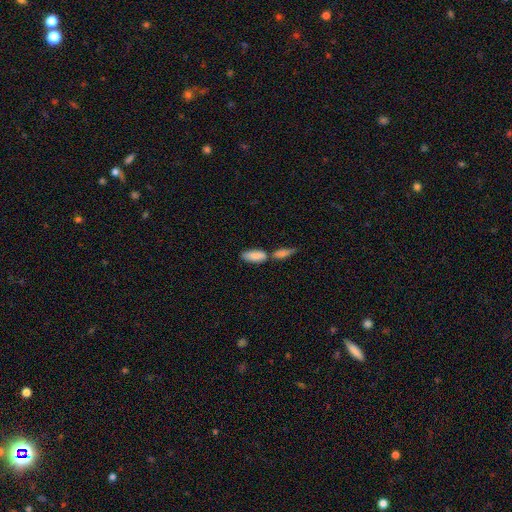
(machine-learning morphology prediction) type=smooth (84%); roundness=in between (78%); merging=merger (48%).